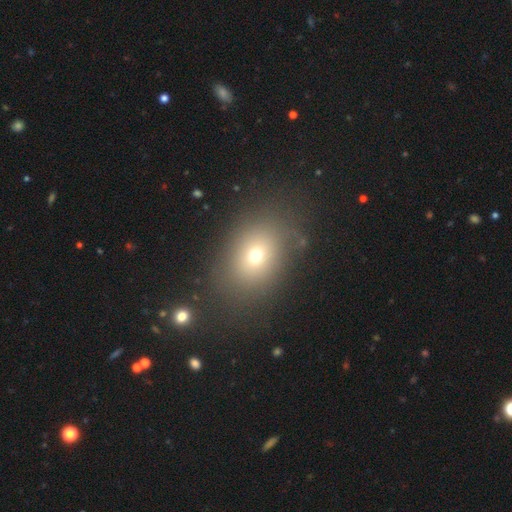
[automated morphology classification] Overall: smooth (67%). How rounded: in between (59%; round 39%). Merging: none (77%).